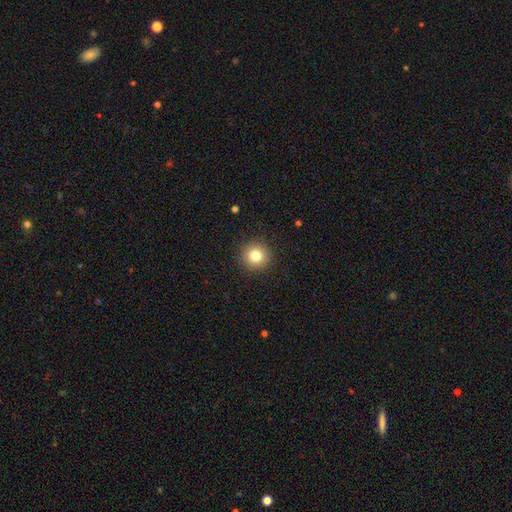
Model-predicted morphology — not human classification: A smooth galaxy with no disk features (81%) that is round (95%).

Vote fractions:
- Smooth or featured? smooth: 81% / star or artifact: 11% / featured or disk: 8%
- How rounded? round: 95% / in between: 4% / cigar-shaped: 1%
- Merging? none: 92% / minor disturbance: 5% / major disturbance: 2% / merger: 1%